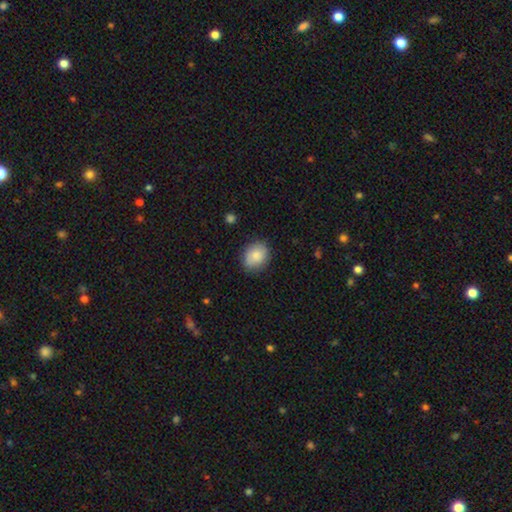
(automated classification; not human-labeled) A smooth galaxy with no disk features (83%) that is round (56%). Merging: none (80%).